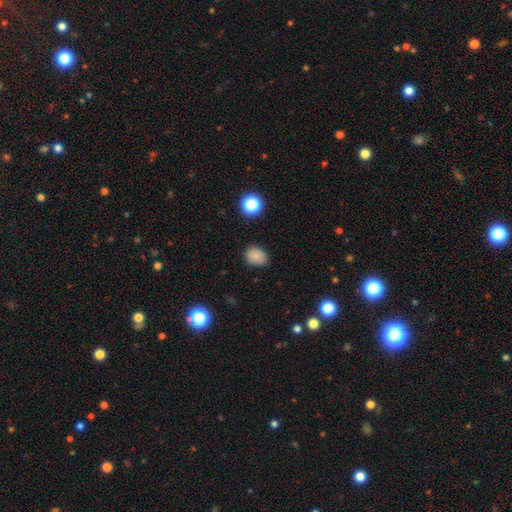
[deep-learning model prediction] Smooth or featured: smooth — 83% (star or artifact — 12%)
How rounded: in between — 57% (round — 42%)
Merging: none — 77% (minor disturbance — 18%)